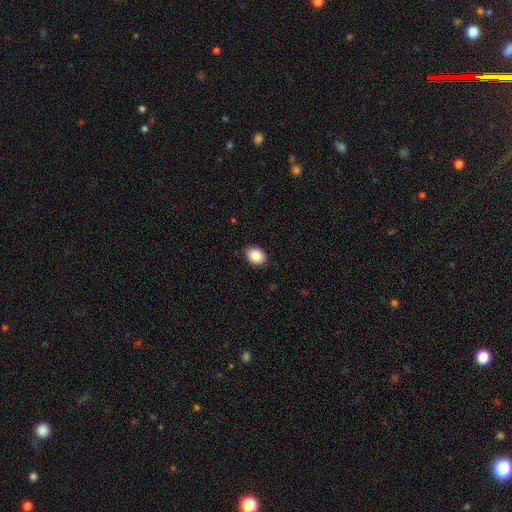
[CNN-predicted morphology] smooth 88%, star or artifact 8%, featured or disk 4%. Down the decision tree: how rounded — in between (69%); merging — none (89%).